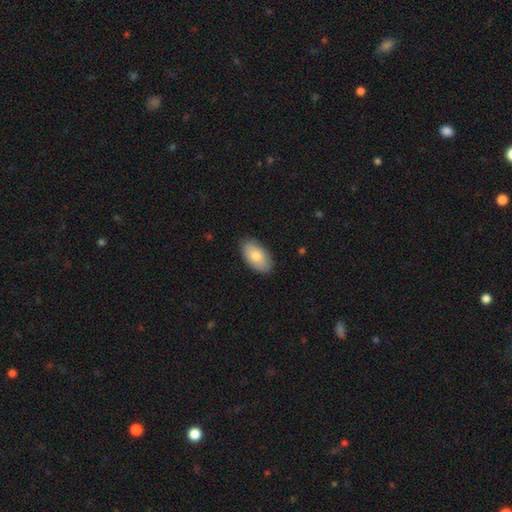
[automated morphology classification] Smooth or featured? smooth (78%)
How rounded? in between (95%)
Merging? none (87%)